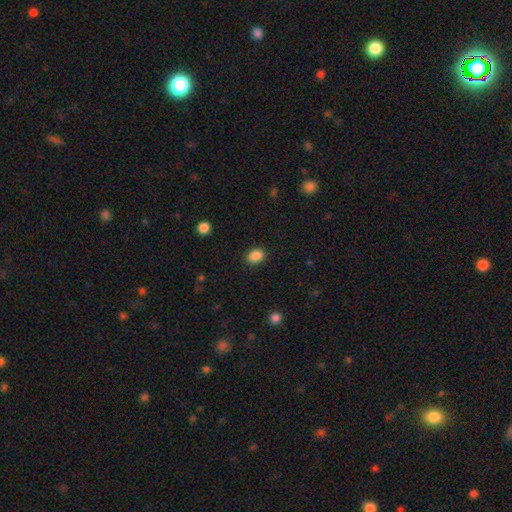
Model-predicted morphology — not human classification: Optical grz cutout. It shows a smooth galaxy with no disk features (87%) that is in between round and cigar-shaped (58%). Merging: none (87%).